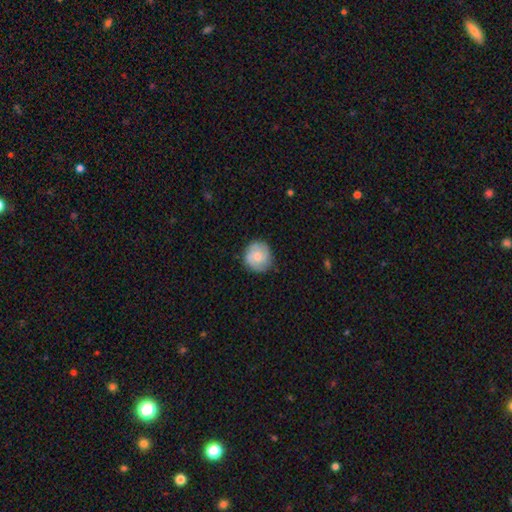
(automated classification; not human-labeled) smooth-or-featured: smooth: 60% | featured or disk: 34% | star or artifact: 6%
  how-rounded: round: 91% | in between: 8% | cigar-shaped: 1%
  merging: none: 83% | minor disturbance: 13% | major disturbance: 3% | merger: 1%